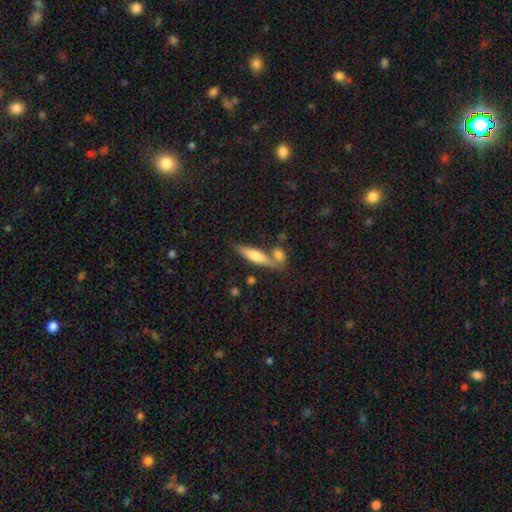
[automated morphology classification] Smooth or featured?
  - smooth: 63% *
  - featured or disk: 30%
  - star or artifact: 6%
How rounded?
  - cigar-shaped: 68% *
  - in between: 29%
  - round: 2%
Merging?
  - none: 59% *
  - merger: 25%
  - minor disturbance: 12%
  - major disturbance: 4%